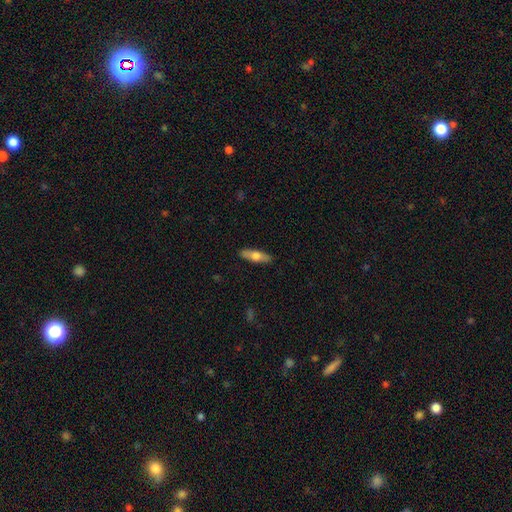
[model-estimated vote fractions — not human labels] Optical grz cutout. It shows a smooth galaxy with no disk features (60%) that is cigar-shaped (58%). Merging: none (88%).